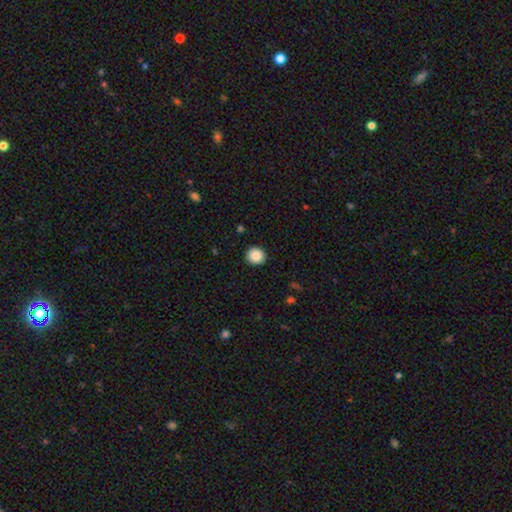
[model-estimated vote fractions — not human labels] Smooth or featured? Predicted: smooth (p=0.88). How rounded? Predicted: round (p=0.90). Merging? Predicted: none (p=0.92).